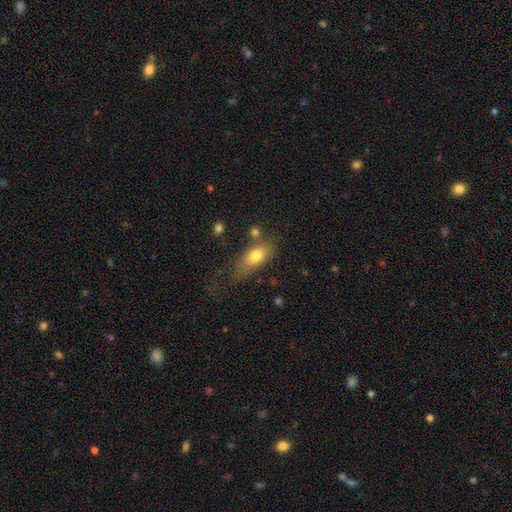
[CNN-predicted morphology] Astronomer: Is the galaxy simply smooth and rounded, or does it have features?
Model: smooth — 76%.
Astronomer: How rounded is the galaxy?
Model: in between — 80%.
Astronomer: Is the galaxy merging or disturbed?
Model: none — 50% (runner-up: minor disturbance, 28%).